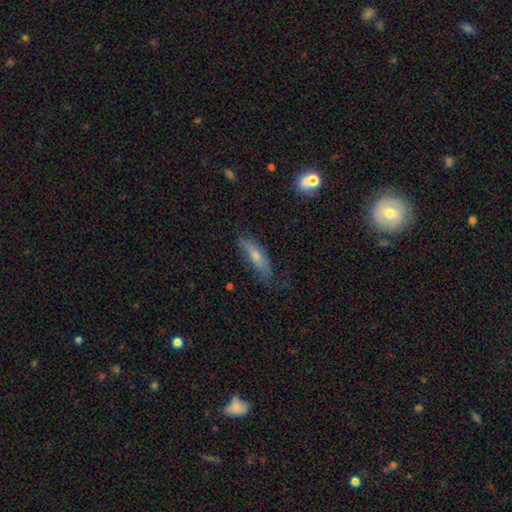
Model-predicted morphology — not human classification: The model was most divided on "how rounded": cigar-shaped: 55%, in between: 42%, round: 3%. More confident: merging — none (54%); smooth or featured — smooth (53%).